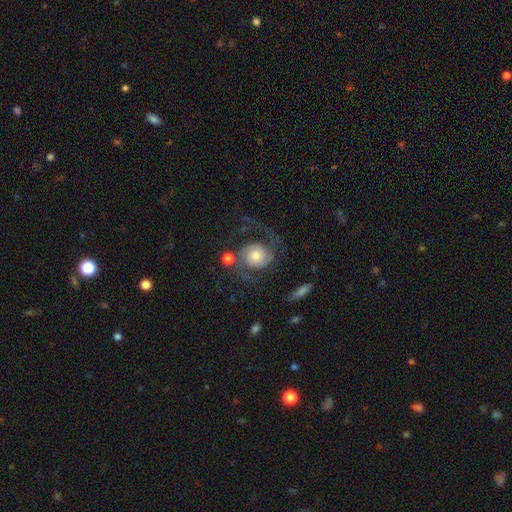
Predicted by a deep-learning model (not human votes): smooth-or-featured: featured or disk: 81% | smooth: 12% | star or artifact: 6%
  disk-edge-on: no: 98% | yes: 2%
    bar: no: 73% | weak: 23% | strong: 5%
    has-spiral-arms: yes: 96% | no: 4%
      spiral-winding: medium: 44% | loose: 38% | tight: 18%
      spiral-arm-count: 2: 89% | 1: 4% | can't tell: 3% | 3: 2% | 4: 1% | more than 4: 1%
    bulge-size: moderate: 51% | small: 24% | large: 18% | dominant: 4% | none: 4%
  merging: none: 61% | major disturbance: 19% | minor disturbance: 14% | merger: 6%